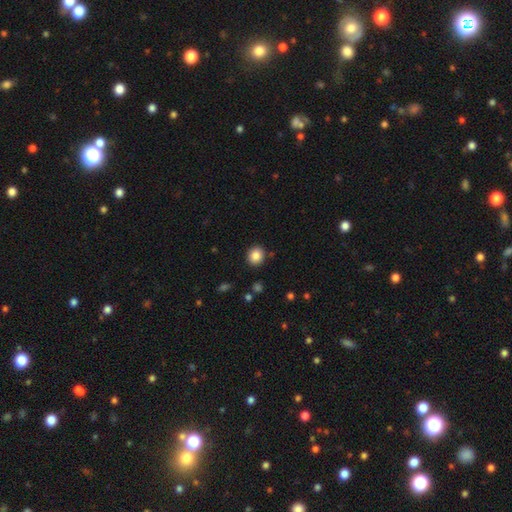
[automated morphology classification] This is clearly a smooth galaxy (85%). How rounded: likely round (77%). Merging: clearly none (89%).